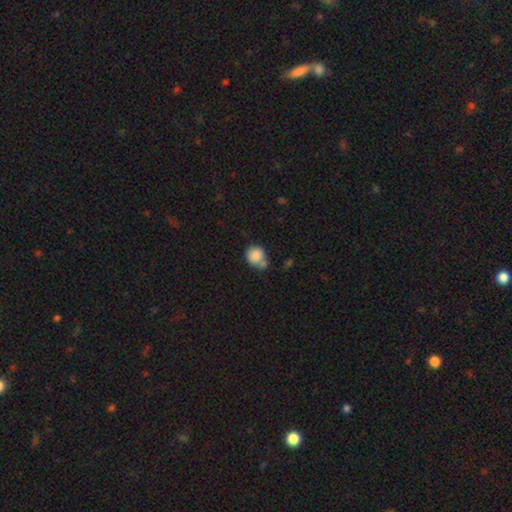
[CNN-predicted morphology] A smooth galaxy with no disk features (85%) that is round (88%).

Vote fractions:
- Smooth or featured? smooth: 85% / star or artifact: 8% / featured or disk: 6%
- How rounded? round: 88% / in between: 11% / cigar-shaped: 1%
- Merging? none: 52% / merger: 29% / minor disturbance: 15% / major disturbance: 5%